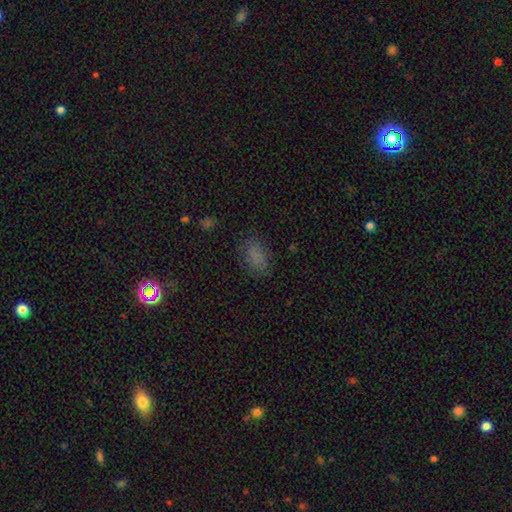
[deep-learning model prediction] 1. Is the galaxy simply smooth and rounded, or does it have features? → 77% smooth, 17% star or artifact, 7% featured or disk.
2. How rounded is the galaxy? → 88% in between, 10% round, 2% cigar-shaped.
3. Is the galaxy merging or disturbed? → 77% none, 16% minor disturbance, 6% major disturbance, 1% merger.